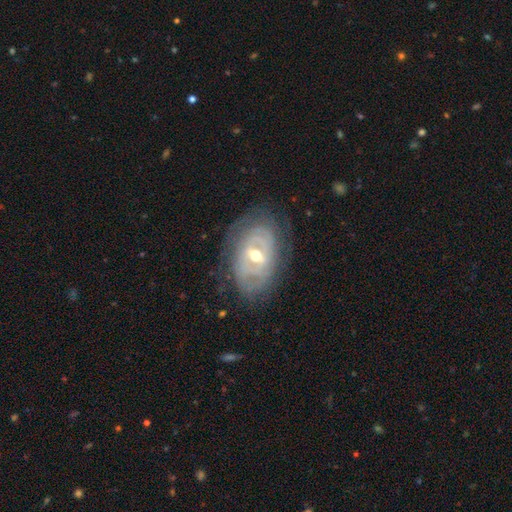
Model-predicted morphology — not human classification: Smooth or featured? featured or disk (80%)
Edge-on disk? no (94%)
Bar? weak (46%)
Spiral arms? yes (78%)
Spiral winding? tight (67%)
Spiral arm count? can't tell (49%)
Bulge size? moderate (70%)
Merging? none (73%)